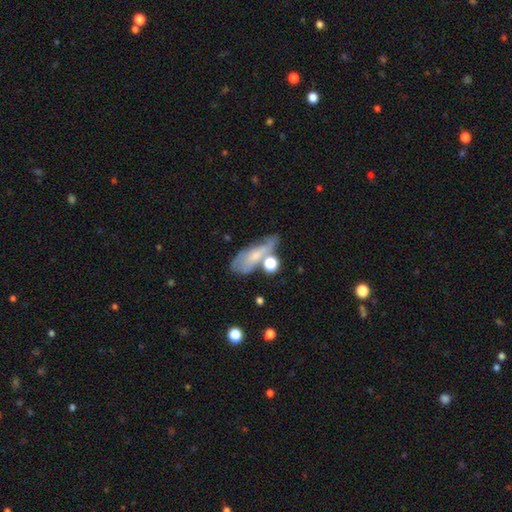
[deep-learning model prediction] Morphology: type=smooth (49%); merging=none (36%).